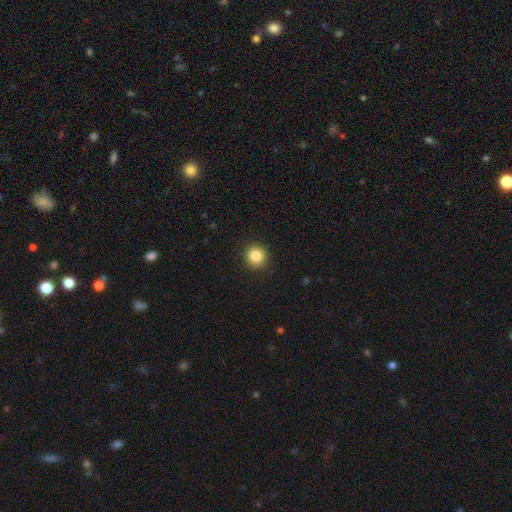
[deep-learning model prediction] Smooth or featured?
  - smooth: 85% *
  - star or artifact: 10%
  - featured or disk: 5%
How rounded?
  - round: 93% *
  - in between: 6%
  - cigar-shaped: 1%
Merging?
  - none: 92% *
  - minor disturbance: 5%
  - major disturbance: 2%
  - merger: 1%